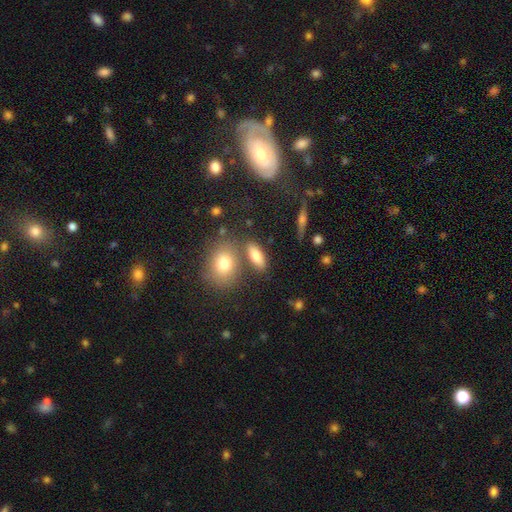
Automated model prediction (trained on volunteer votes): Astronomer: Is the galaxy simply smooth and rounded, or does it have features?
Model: smooth — 77%.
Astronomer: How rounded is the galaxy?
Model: in between — 76%.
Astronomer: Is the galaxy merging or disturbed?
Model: none — 72%.